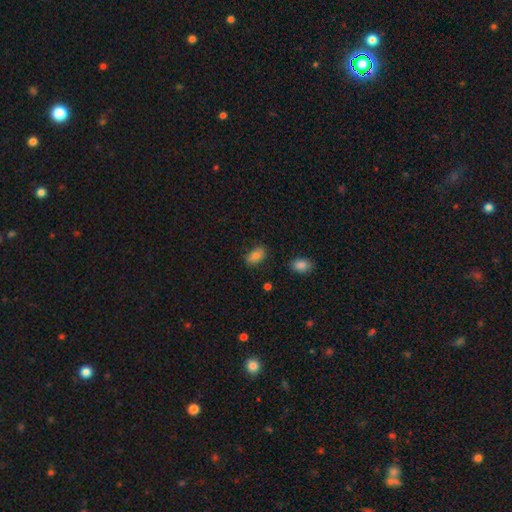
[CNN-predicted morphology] Q: Smooth or featured?
A: smooth (81%); runner-up: featured or disk (10%)
Q: How rounded?
A: in between (89%); runner-up: round (9%)
Q: Merging?
A: none (77%); runner-up: minor disturbance (17%)